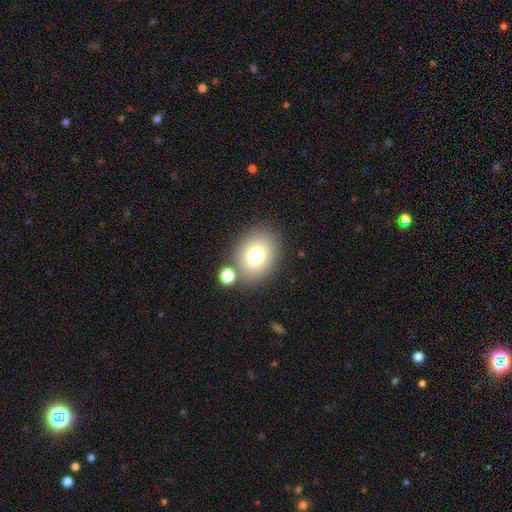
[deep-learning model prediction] This is likely a smooth galaxy (77%). How rounded: likely in between (60%). Merging: likely none (78%).